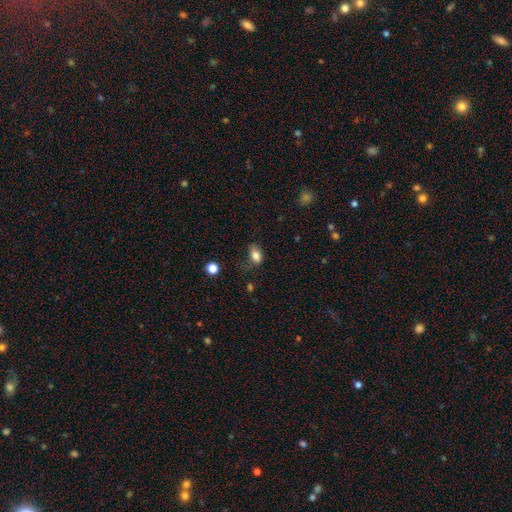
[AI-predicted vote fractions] Smooth or featured? Predicted: smooth (p=0.81). How rounded? Predicted: in between (p=0.80). Merging? Predicted: none (p=0.47).